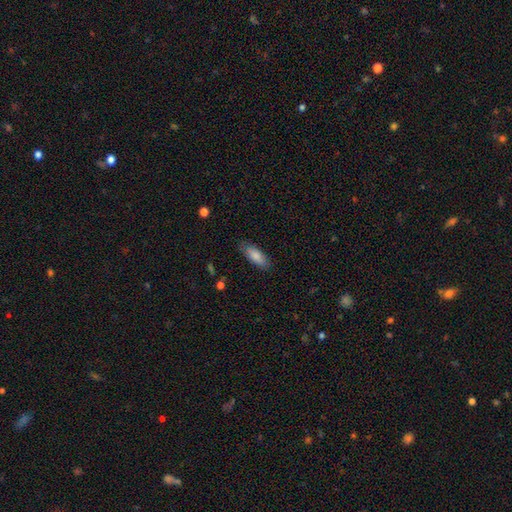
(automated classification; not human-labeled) A smooth galaxy with no disk features (84%) that is in between round and cigar-shaped (74%). Merging: none (82%).